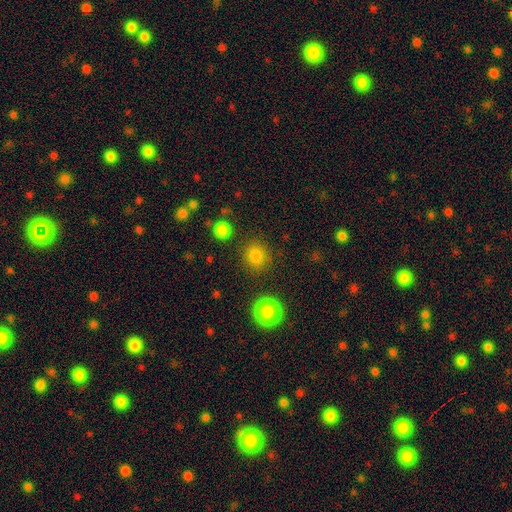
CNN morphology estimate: Overall: smooth (82%). How rounded: round (87%). Merging: none (86%).